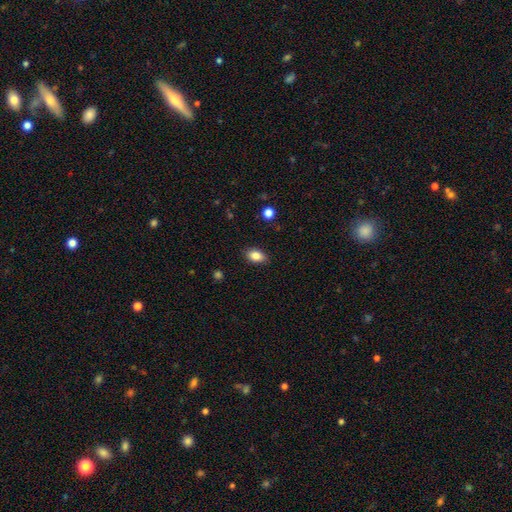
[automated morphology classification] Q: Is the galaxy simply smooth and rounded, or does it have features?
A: smooth — 85%.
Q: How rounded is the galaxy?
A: in between — 86%.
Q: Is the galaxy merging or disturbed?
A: none — 85%.